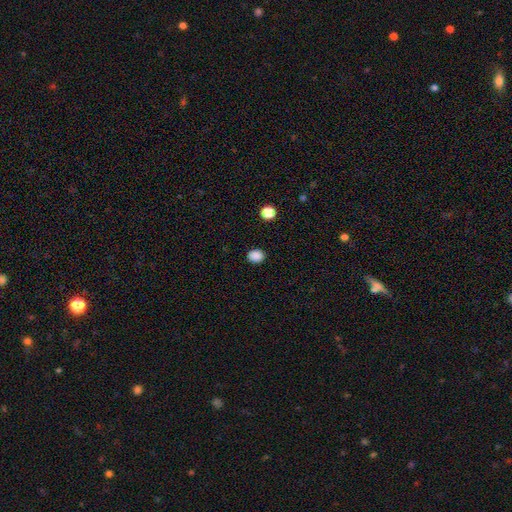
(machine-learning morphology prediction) Smooth or featured: smooth — 87% (star or artifact — 10%)
How rounded: round — 55% (in between — 44%)
Merging: none — 89% (minor disturbance — 7%)